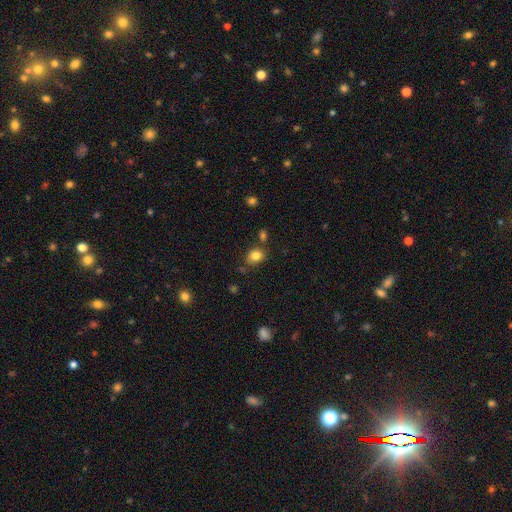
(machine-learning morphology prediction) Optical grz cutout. It shows a smooth galaxy with no disk features (83%) that is round (51%). Merging: none (72%).